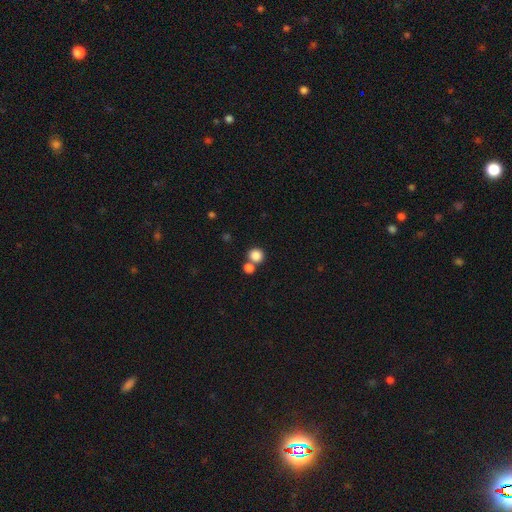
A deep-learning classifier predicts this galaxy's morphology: A smooth galaxy with no disk features (85%) that is round (87%).

Vote fractions:
- Smooth or featured? smooth: 85% / star or artifact: 10% / featured or disk: 5%
- How rounded? round: 87% / in between: 12% / cigar-shaped: 1%
- Merging? none: 57% / merger: 34% / minor disturbance: 7% / major disturbance: 3%